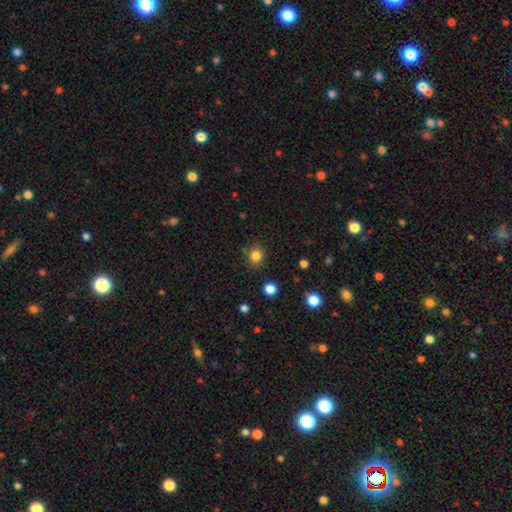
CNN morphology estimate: smooth-or-featured: smooth: 83% | star or artifact: 13% | featured or disk: 4%
  how-rounded: round: 87% | in between: 12% | cigar-shaped: 1%
  merging: none: 84% | minor disturbance: 10% | major disturbance: 3% | merger: 2%